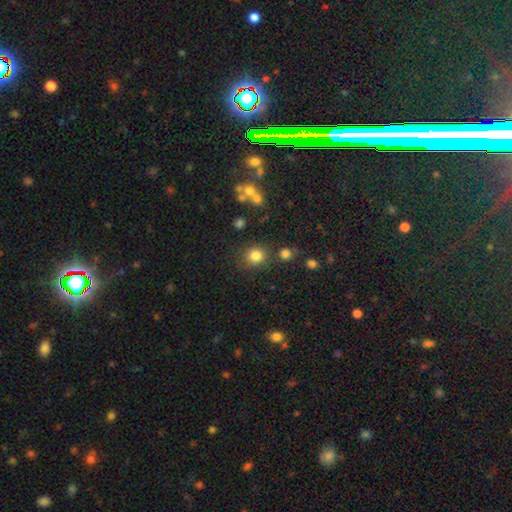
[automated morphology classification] Q: Smooth or featured?
A: smooth (80%); runner-up: star or artifact (14%)
Q: How rounded?
A: round (86%); runner-up: in between (13%)
Q: Merging?
A: none (79%); runner-up: minor disturbance (9%)